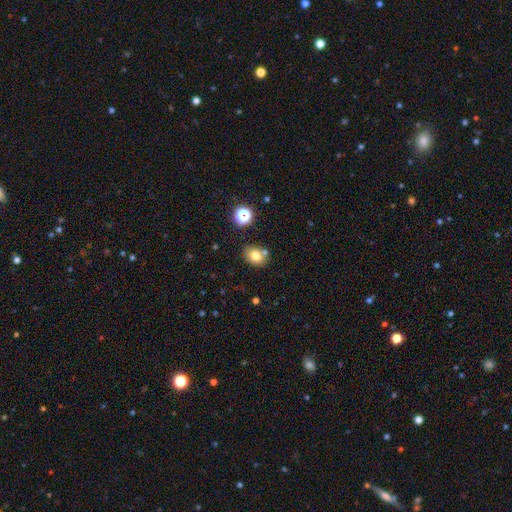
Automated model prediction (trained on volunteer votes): Smooth or featured? smooth (76%)
How rounded? in between (54%)
Merging? none (70%)